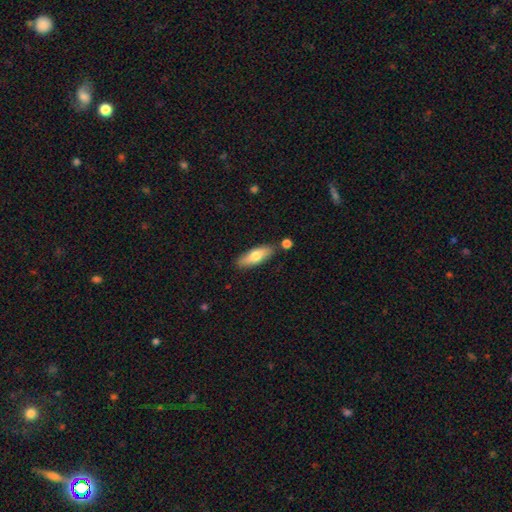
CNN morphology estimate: smooth-or-featured: smooth: 70% | featured or disk: 24% | star or artifact: 6%
  how-rounded: in between: 60% | cigar-shaped: 37% | round: 2%
  merging: none: 81% | minor disturbance: 12% | merger: 5% | major disturbance: 2%